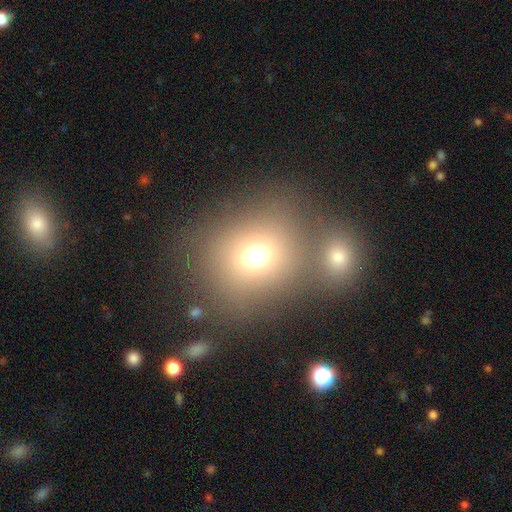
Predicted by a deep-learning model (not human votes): A smooth galaxy with no disk features (71%) that is round (73%).

Vote fractions:
- Smooth or featured? smooth: 71% / star or artifact: 17% / featured or disk: 11%
- How rounded? round: 73% / in between: 26% / cigar-shaped: 1%
- Merging? none: 54% / merger: 32% / minor disturbance: 9% / major disturbance: 5%